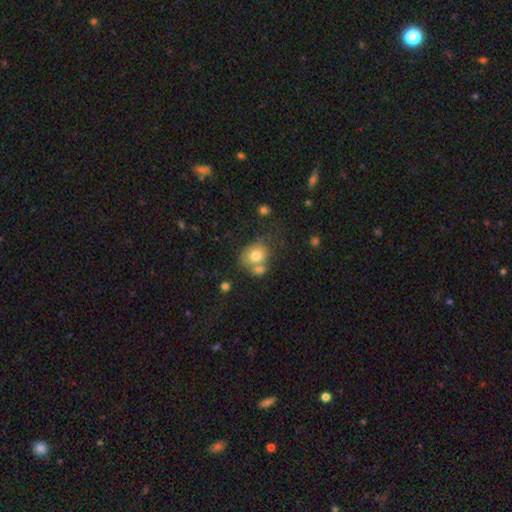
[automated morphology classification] This is likely a smooth galaxy (76%). How rounded: possibly round (51%). Merging: marginally merger (39%).